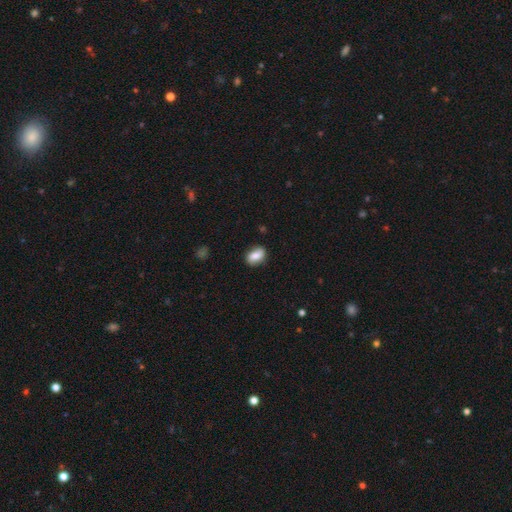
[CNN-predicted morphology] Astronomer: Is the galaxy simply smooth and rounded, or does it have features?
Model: smooth — 75%.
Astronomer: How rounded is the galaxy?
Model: in between — 80%.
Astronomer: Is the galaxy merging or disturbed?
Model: none — 77%.